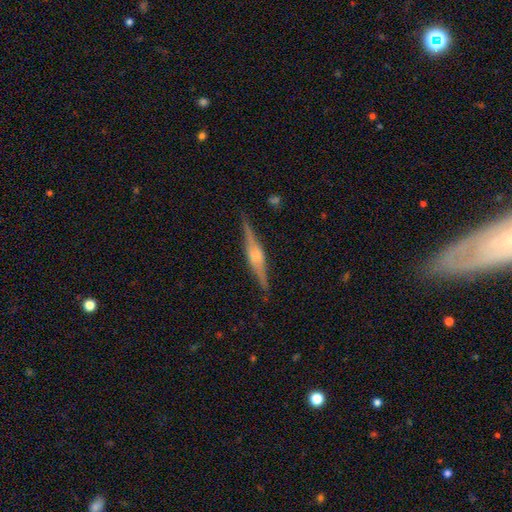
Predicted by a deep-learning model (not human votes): Morphology: type=featured or disk (80%); edge-on=yes (97%); edge-on bulge=rounded (69%); merging=none (88%).